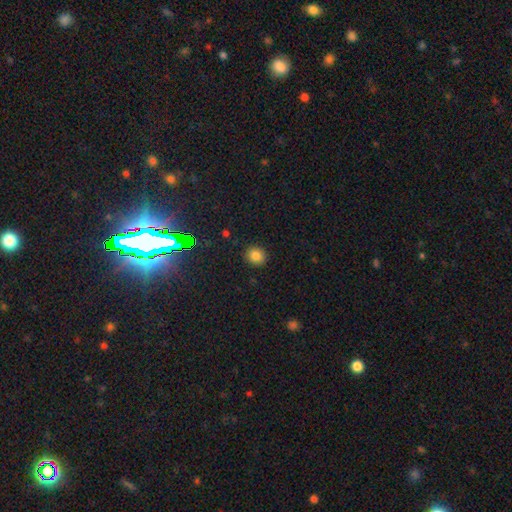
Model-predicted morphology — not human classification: A smooth galaxy with no disk features (81%) that is round (83%).

Vote fractions:
- Smooth or featured? smooth: 81% / star or artifact: 13% / featured or disk: 6%
- How rounded? round: 83% / in between: 16% / cigar-shaped: 1%
- Merging? none: 91% / minor disturbance: 6% / major disturbance: 2% / merger: 1%